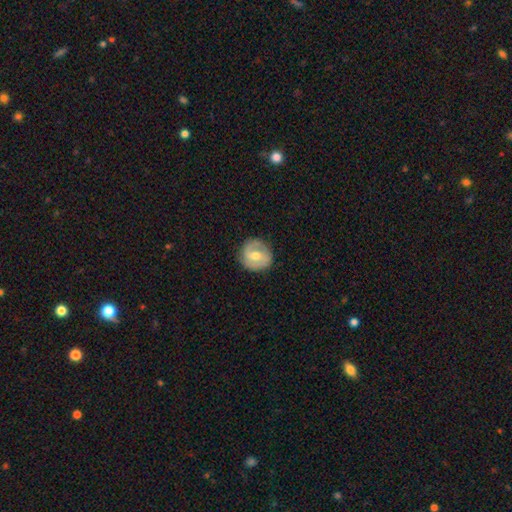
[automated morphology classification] Smooth or featured: featured or disk — 56% (smooth — 37%)
Edge-on disk: no — 97% (yes — 3%)
Bar: weak — 50% (no — 31%)
Spiral arms: yes — 69% (no — 31%)
Bulge size: moderate — 72% (small — 21%)
Merging: none — 86% (minor disturbance — 10%)